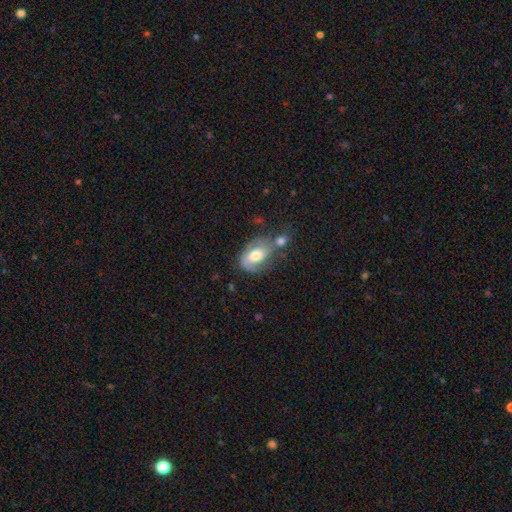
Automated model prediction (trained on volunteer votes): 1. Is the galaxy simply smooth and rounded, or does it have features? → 59% featured or disk, 33% smooth, 8% star or artifact.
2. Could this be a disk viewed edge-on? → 96% no, 4% yes.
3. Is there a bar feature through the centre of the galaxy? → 61% no, 31% weak, 8% strong.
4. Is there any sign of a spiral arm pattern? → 82% yes, 18% no.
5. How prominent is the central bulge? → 60% moderate, 25% large, 11% small, 2% dominant, 2% none.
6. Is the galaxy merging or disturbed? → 37% none, 27% merger, 21% minor disturbance, 15% major disturbance.